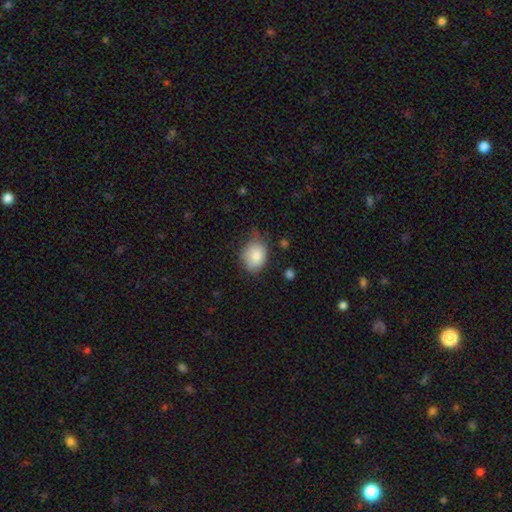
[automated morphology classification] This appears to be a smooth galaxy with no disk features (82%) that is in between round and cigar-shaped (61%). Merging: none (56%).